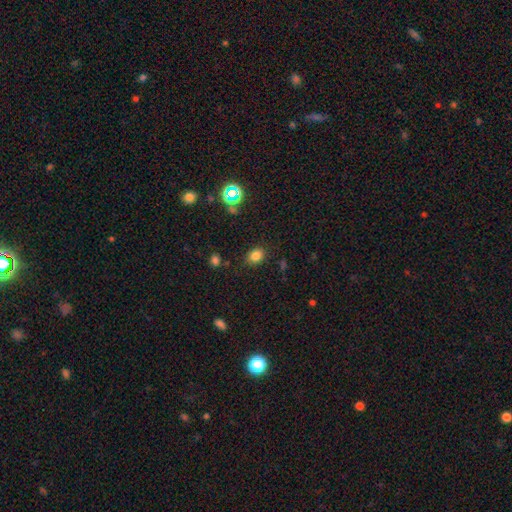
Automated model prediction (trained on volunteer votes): Morphology: type=smooth (78%); roundness=in between (60%); merging=none (83%).